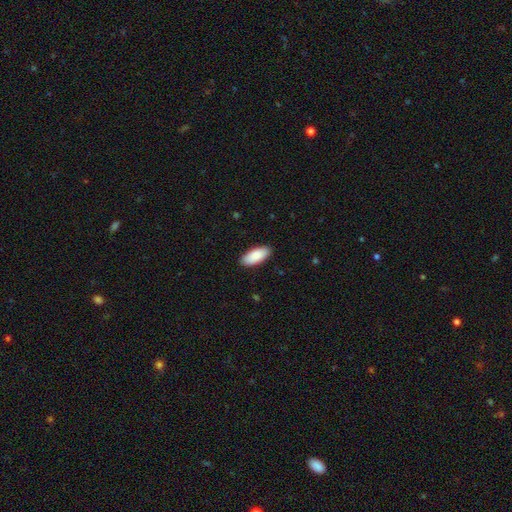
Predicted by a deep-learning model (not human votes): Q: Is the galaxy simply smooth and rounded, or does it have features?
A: smooth — 88%.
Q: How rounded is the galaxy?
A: in between — 89%.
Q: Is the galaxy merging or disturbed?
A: none — 89%.